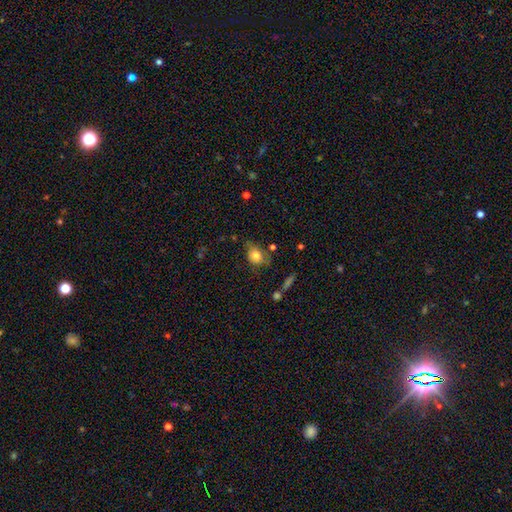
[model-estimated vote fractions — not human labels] Smooth or featured? smooth (79%)
How rounded? in between (56%)
Merging? none (55%)